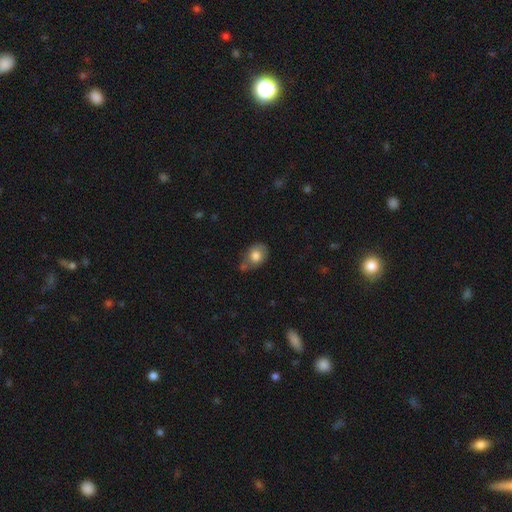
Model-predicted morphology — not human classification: smooth 75%, featured or disk 17%, star or artifact 8%. Down the decision tree: how rounded — in between (67%); merging — none (48%).